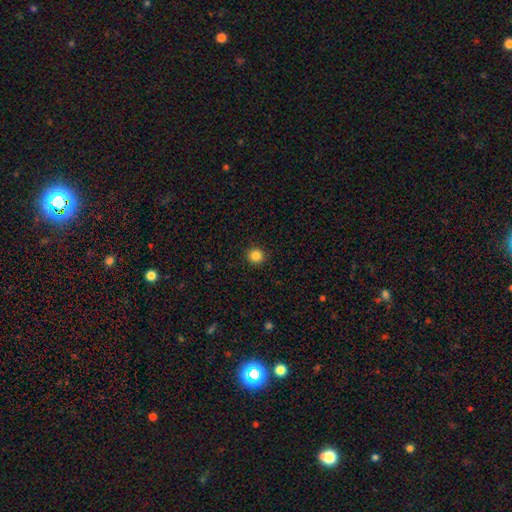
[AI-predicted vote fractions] Smooth or featured? Predicted: smooth (p=0.85). How rounded? Predicted: round (p=0.93). Merging? Predicted: none (p=0.93).